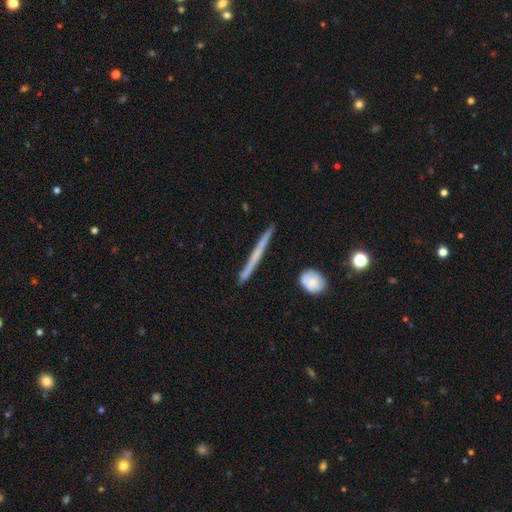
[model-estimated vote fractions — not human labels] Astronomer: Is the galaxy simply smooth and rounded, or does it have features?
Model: featured or disk — 51% (runner-up: smooth, 42%).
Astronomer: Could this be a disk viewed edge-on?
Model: yes — 97%.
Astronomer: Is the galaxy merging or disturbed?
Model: none — 90%.